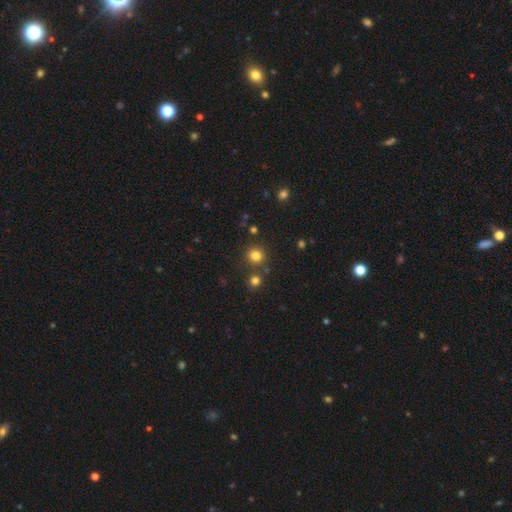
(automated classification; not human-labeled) This appears to be a smooth galaxy with no disk features (79%) that is round (91%). Merging: none (81%).